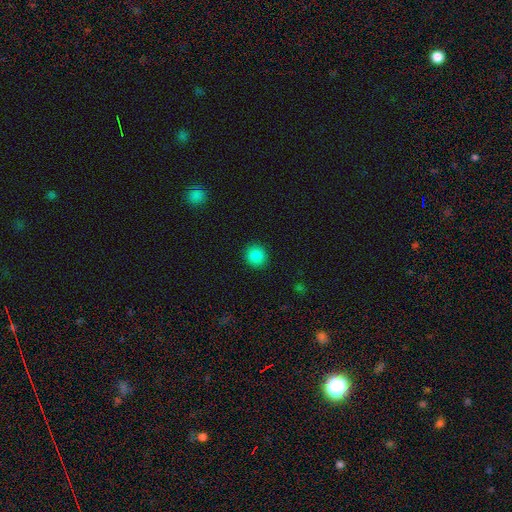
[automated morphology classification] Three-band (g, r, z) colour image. It shows a smooth galaxy with no disk features (86%) that is round (89%). Merging: none (91%).